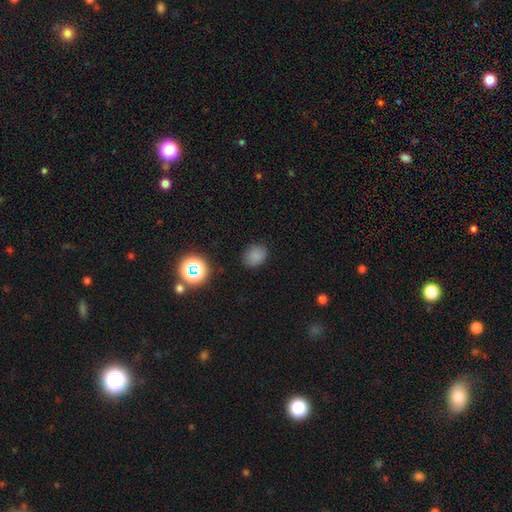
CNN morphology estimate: Smooth or featured?
  - smooth: 78% *
  - star or artifact: 17%
  - featured or disk: 5%
How rounded?
  - in between: 50% *
  - round: 49%
  - cigar-shaped: 1%
Merging?
  - none: 82% *
  - minor disturbance: 13%
  - major disturbance: 4%
  - merger: 2%